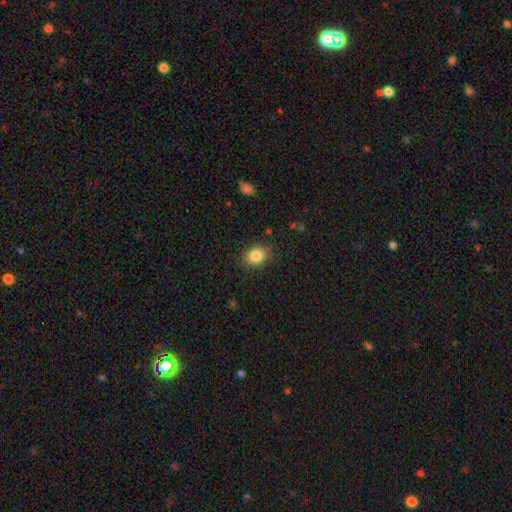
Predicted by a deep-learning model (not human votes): Q: Smooth or featured?
A: smooth (85%); runner-up: star or artifact (9%)
Q: How rounded?
A: in between (66%); runner-up: round (33%)
Q: Merging?
A: none (85%); runner-up: minor disturbance (11%)